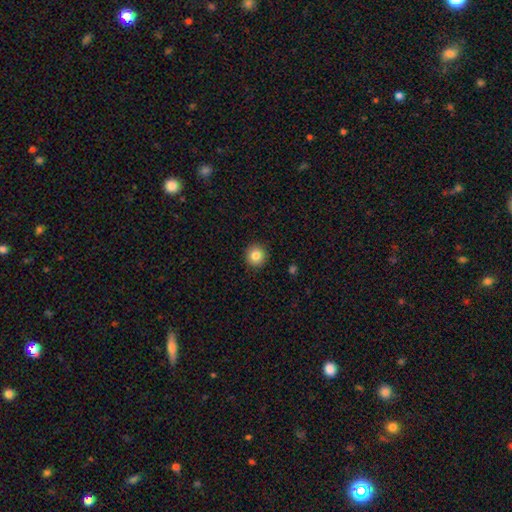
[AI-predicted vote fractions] This appears to be a smooth galaxy with no disk features (84%) that is round (95%). Merging: none (92%).